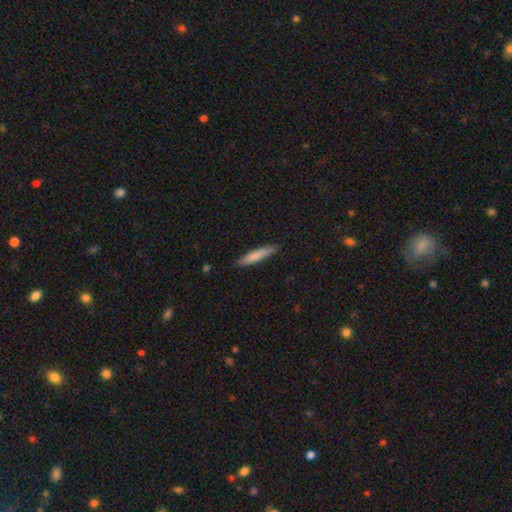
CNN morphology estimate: Smooth or featured? Predicted: smooth (p=0.79). How rounded? Predicted: cigar-shaped (p=0.90). Merging? Predicted: none (p=0.87).